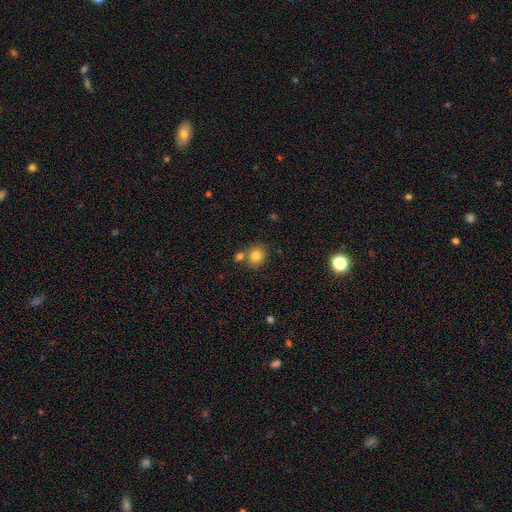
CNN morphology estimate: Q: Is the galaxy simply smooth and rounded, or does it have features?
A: smooth — 81%.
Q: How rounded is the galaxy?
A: round — 69%.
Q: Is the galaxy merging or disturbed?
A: none — 63%.